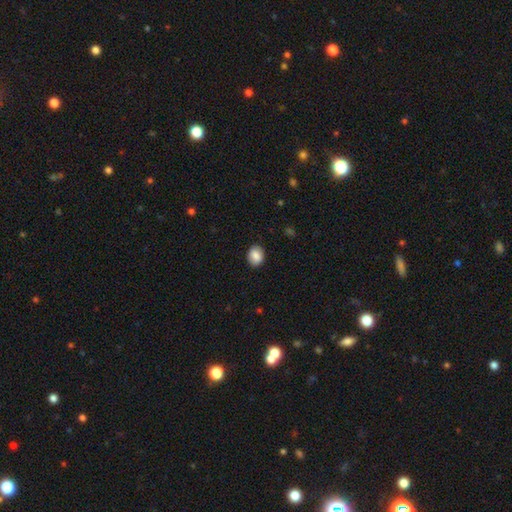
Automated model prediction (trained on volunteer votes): Morphology: type=smooth (87%); roundness=in between (56%); merging=none (88%).